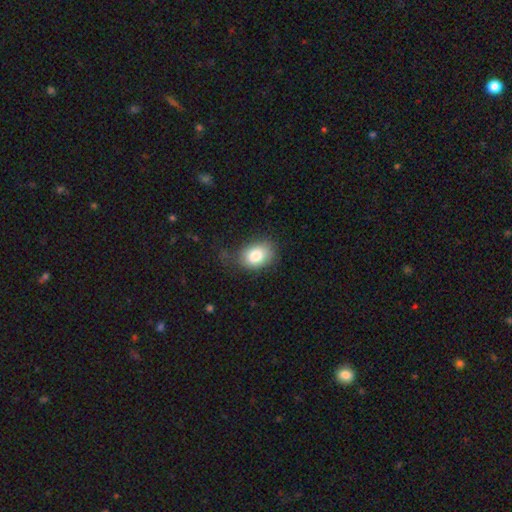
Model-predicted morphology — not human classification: Smooth or featured? Predicted: smooth (p=0.83). How rounded? Predicted: in between (p=0.72). Merging? Predicted: none (p=0.62).